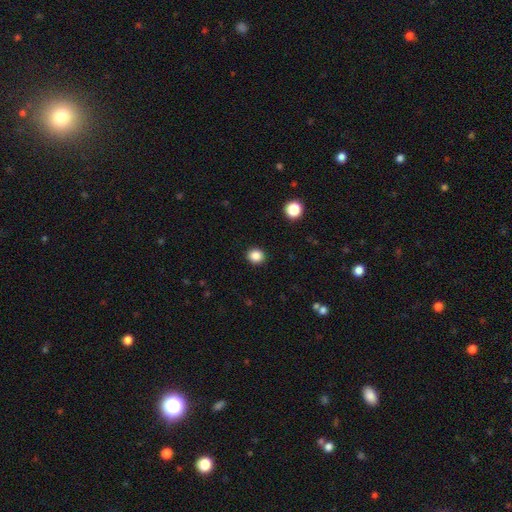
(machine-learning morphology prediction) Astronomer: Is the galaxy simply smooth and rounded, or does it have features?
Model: smooth — 86%.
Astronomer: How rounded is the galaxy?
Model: round — 83%.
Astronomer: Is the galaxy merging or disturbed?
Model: none — 92%.